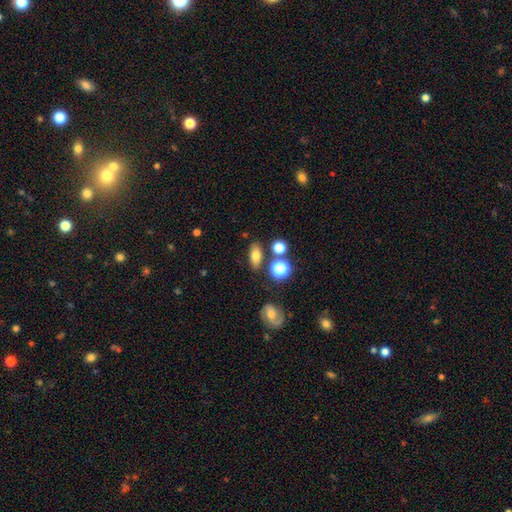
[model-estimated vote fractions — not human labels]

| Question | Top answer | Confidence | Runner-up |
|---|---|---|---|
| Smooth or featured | smooth | 72% | featured or disk (15%) |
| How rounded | in between | 78% | round (14%) |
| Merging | none | 77% | minor disturbance (11%) |